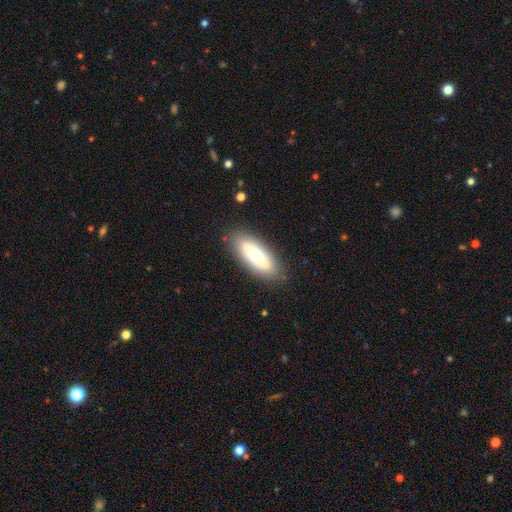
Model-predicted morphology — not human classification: Smooth or featured? smooth (63%)
How rounded? in between (78%)
Merging? none (83%)